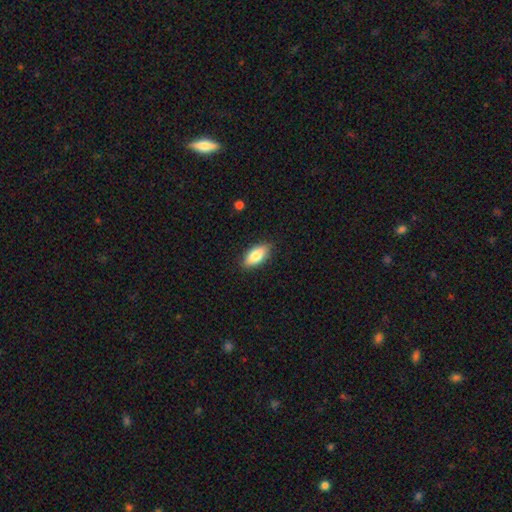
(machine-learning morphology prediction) A smooth galaxy with no disk features (81%) that is in between round and cigar-shaped (86%).

Vote fractions:
- Smooth or featured? smooth: 81% / featured or disk: 13% / star or artifact: 6%
- How rounded? in between: 86% / cigar-shaped: 12% / round: 3%
- Merging? none: 87% / minor disturbance: 10% / major disturbance: 2% / merger: 1%